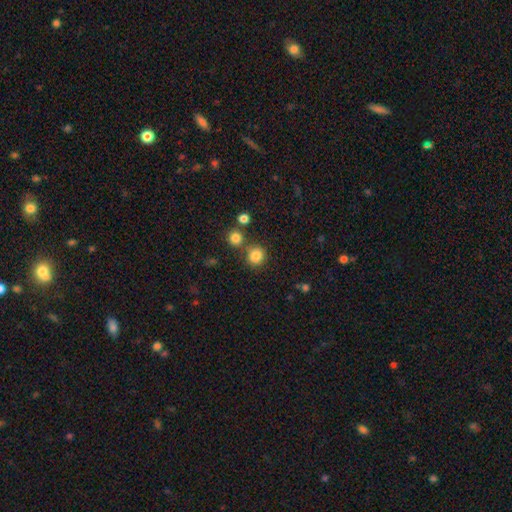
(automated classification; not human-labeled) A smooth galaxy with no disk features (83%) that is round (86%).

Vote fractions:
- Smooth or featured? smooth: 83% / star or artifact: 12% / featured or disk: 5%
- How rounded? round: 86% / in between: 13% / cigar-shaped: 1%
- Merging? none: 74% / merger: 14% / minor disturbance: 9% / major disturbance: 3%